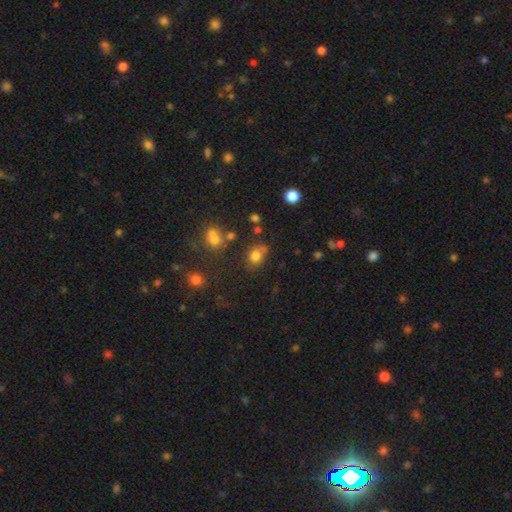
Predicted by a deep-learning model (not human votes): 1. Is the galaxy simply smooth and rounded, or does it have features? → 77% smooth, 15% star or artifact, 8% featured or disk.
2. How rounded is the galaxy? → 56% round, 43% in between, 1% cigar-shaped.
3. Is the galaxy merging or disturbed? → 59% none, 22% minor disturbance, 11% merger, 8% major disturbance.